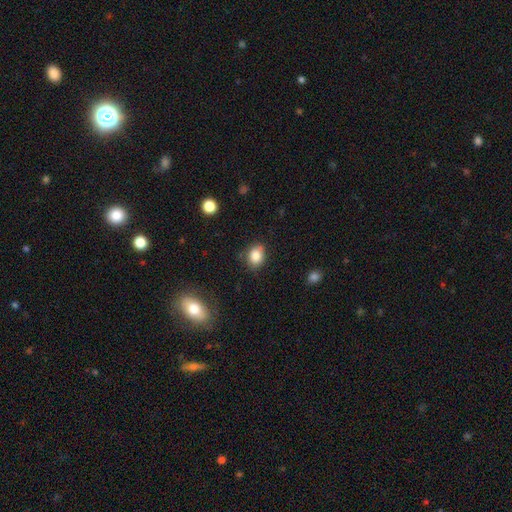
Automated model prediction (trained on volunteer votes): Morphology: type=smooth (84%); roundness=in between (57%); merging=none (74%).